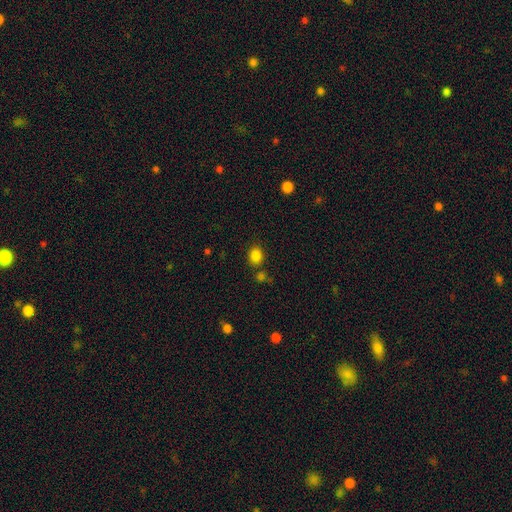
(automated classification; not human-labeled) This is clearly a smooth galaxy (83%). How rounded: possibly round (55%). Merging: likely none (78%).